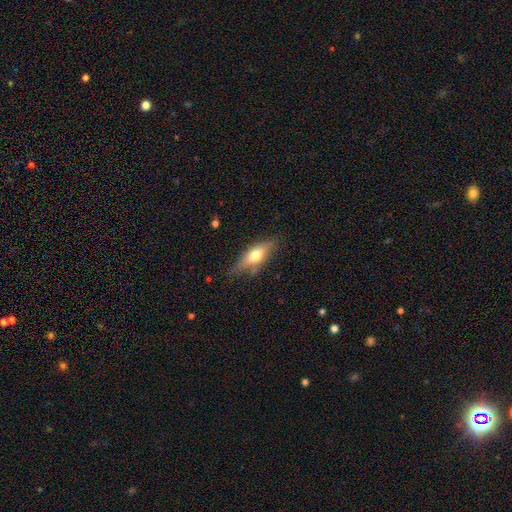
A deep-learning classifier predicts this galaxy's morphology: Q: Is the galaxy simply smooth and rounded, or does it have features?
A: smooth — 56%.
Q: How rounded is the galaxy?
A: in between — 56%.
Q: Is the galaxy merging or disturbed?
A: none — 72%.